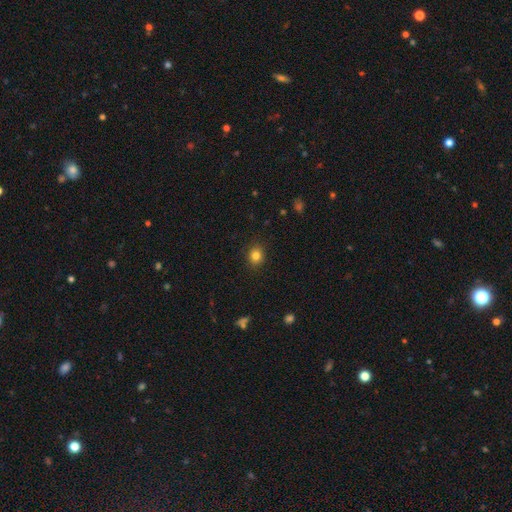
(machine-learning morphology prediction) Smooth or featured: smooth — 82% (star or artifact — 12%)
How rounded: round — 75% (in between — 24%)
Merging: none — 89% (minor disturbance — 8%)